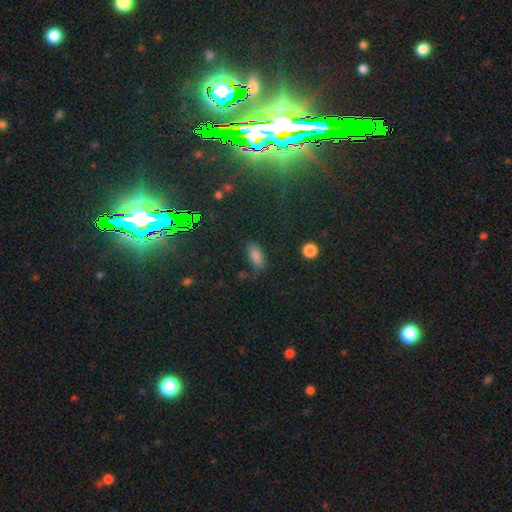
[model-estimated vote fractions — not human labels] This appears to be a smooth galaxy with no disk features (77%) that is in between round and cigar-shaped (86%). Merging: none (79%).